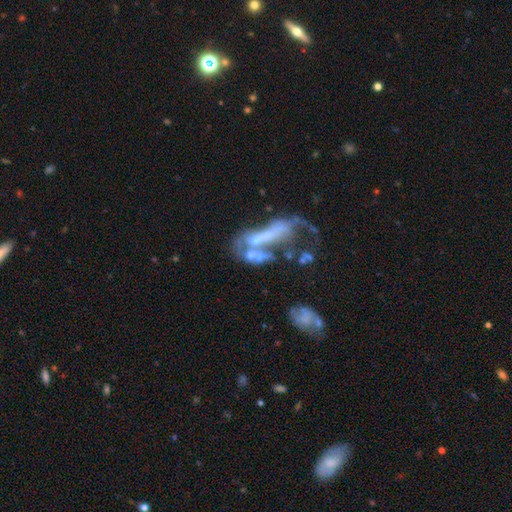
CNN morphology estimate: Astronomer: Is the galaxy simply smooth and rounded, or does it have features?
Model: featured or disk — 53% (runner-up: smooth, 31%).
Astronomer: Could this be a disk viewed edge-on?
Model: no — 89%.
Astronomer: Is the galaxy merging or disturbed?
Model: merger — 52%.